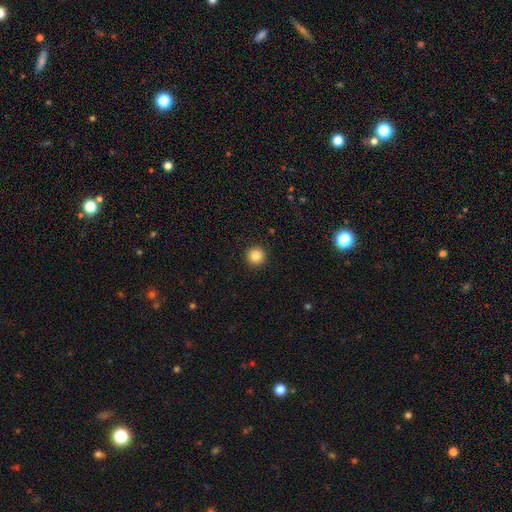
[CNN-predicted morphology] Smooth or featured: smooth — 86% (star or artifact — 10%)
How rounded: round — 96% (in between — 3%)
Merging: none — 93% (minor disturbance — 4%)